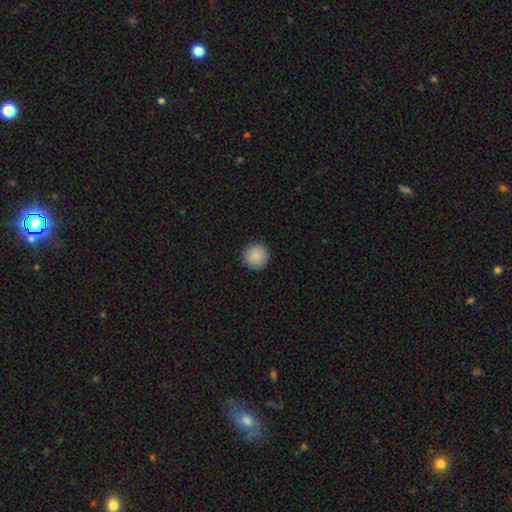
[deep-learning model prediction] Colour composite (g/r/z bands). It shows a smooth galaxy with no disk features (89%) that is round (96%). Merging: none (92%).